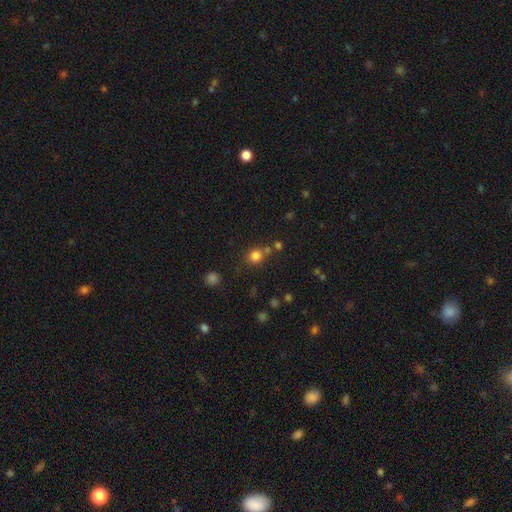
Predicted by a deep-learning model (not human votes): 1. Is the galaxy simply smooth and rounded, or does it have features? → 79% smooth, 15% star or artifact, 6% featured or disk.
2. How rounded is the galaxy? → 85% round, 14% in between, 1% cigar-shaped.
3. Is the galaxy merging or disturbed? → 69% none, 17% merger, 10% minor disturbance, 4% major disturbance.